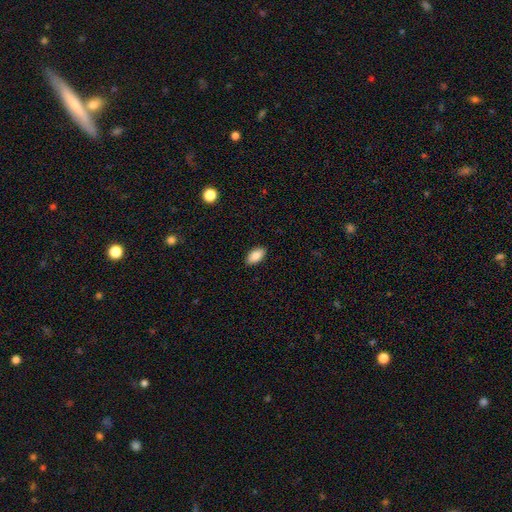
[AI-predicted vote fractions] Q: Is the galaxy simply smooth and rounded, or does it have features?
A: smooth — 87%.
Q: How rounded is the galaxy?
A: in between — 94%.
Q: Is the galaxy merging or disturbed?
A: none — 89%.